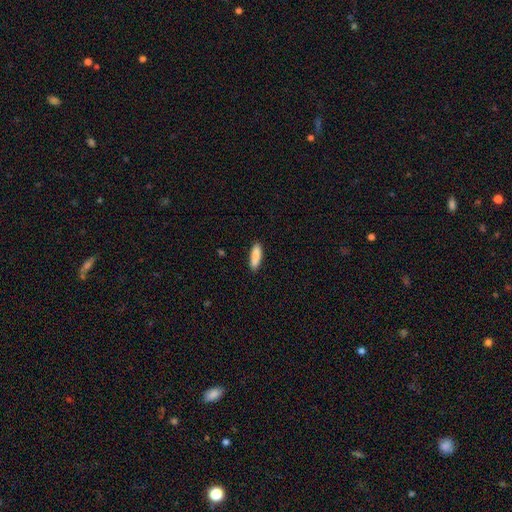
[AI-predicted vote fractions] Smooth or featured? smooth (89%)
How rounded? cigar-shaped (60%)
Merging? none (89%)